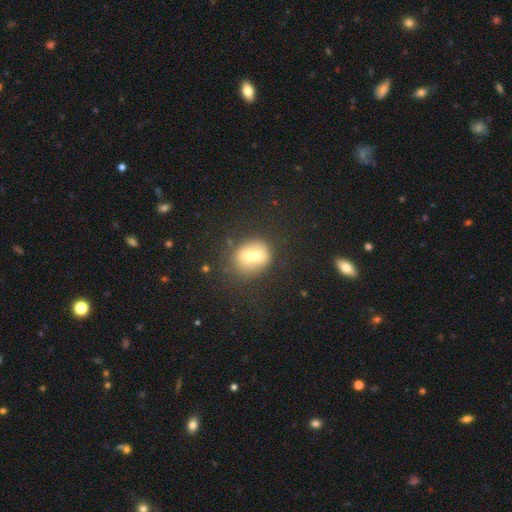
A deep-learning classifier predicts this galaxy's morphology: smooth 62%, featured or disk 27%, star or artifact 11%. Down the decision tree: how rounded — round (69%); merging — merger (54%).